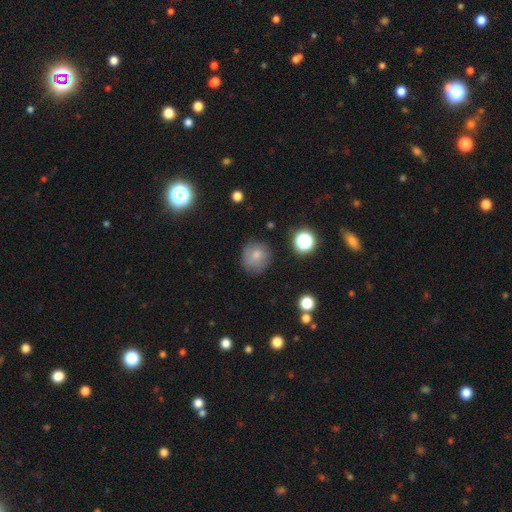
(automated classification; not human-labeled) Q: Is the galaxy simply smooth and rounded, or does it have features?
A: smooth — 77%.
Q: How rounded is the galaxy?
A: round — 87%.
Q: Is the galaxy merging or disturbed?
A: none — 78%.